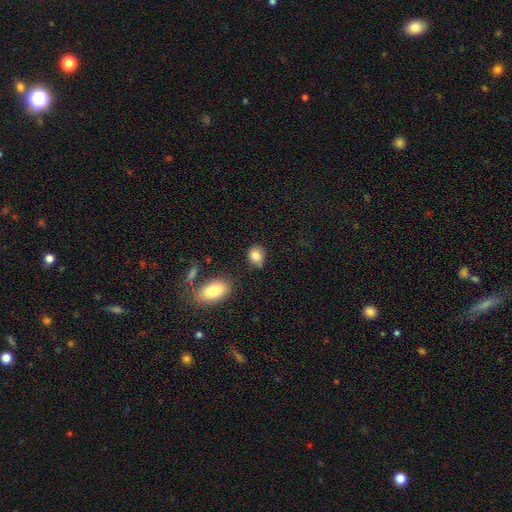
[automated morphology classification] type=smooth (84%); roundness=round (50%); merging=none (66%).